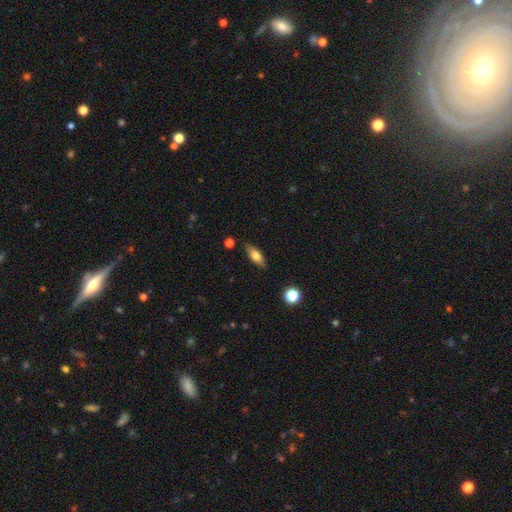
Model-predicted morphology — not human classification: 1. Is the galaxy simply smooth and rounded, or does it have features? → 67% smooth, 25% featured or disk, 8% star or artifact.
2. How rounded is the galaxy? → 68% in between, 28% cigar-shaped, 4% round.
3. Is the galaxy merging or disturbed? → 85% none, 11% minor disturbance, 2% major disturbance, 2% merger.